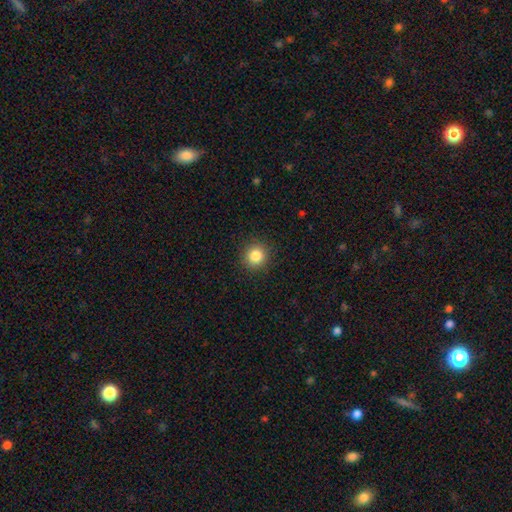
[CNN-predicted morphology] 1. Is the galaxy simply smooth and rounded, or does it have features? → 84% smooth, 11% star or artifact, 5% featured or disk.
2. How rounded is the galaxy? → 92% round, 7% in between, 1% cigar-shaped.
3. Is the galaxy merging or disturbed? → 91% none, 6% minor disturbance, 2% major disturbance, 1% merger.